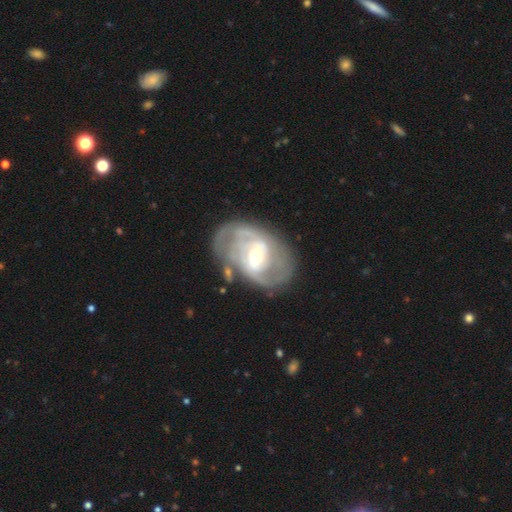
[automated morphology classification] Smooth or featured: featured or disk — 81% (smooth — 13%)
Edge-on disk: no — 96% (yes — 4%)
Bar: weak — 47% (no — 28%)
Spiral arms: yes — 83% (no — 17%)
Spiral winding: tight — 46% (medium — 38%)
Spiral arm count: 2 — 49% (can't tell — 30%)
Bulge size: moderate — 52% (small — 39%)
Merging: none — 63% (minor disturbance — 19%)